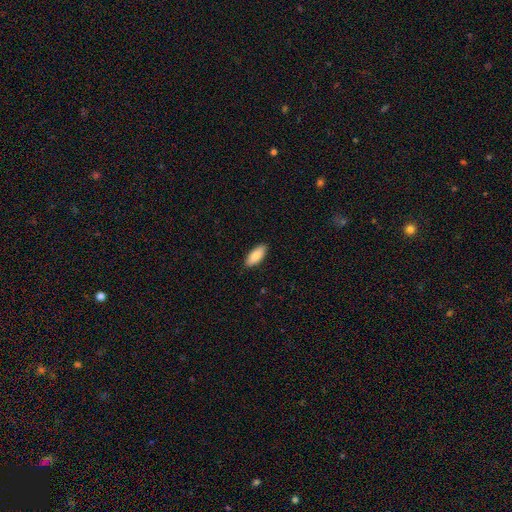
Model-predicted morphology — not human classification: The model was most divided on "how rounded": in between: 85%, cigar-shaped: 13%, round: 2%. More confident: merging — none (88%); smooth or featured — smooth (87%).